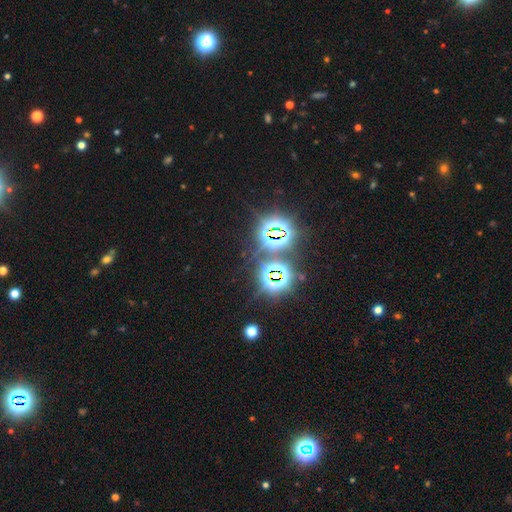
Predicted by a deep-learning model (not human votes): Smooth or featured? Predicted: star or artifact (p=0.81).